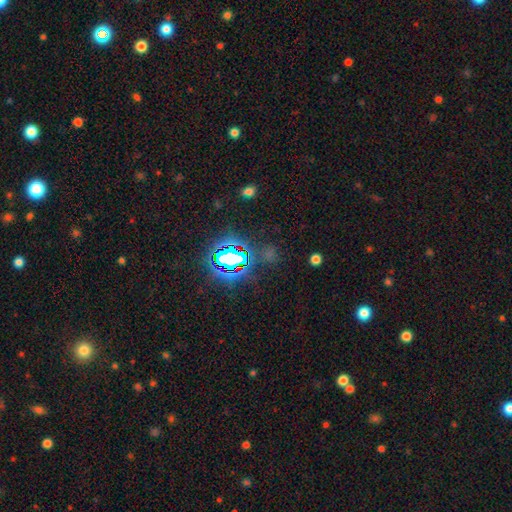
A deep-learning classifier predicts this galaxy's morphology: A star or artifact, not a galaxy (78%).

Vote fractions:
- Smooth or featured? star or artifact: 78% / smooth: 14% / featured or disk: 8%